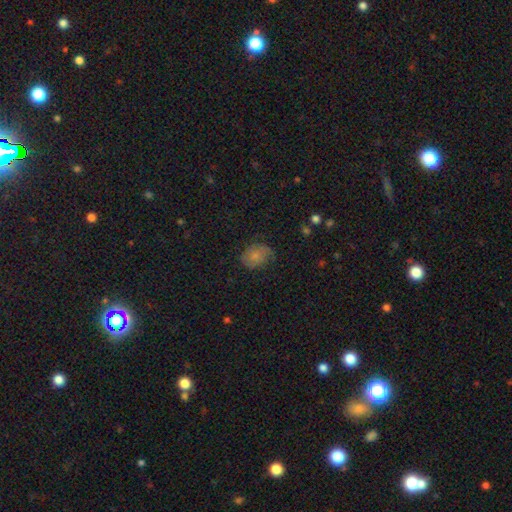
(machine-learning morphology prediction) Overall: smooth (66%). How rounded: in between (58%; round 41%). Merging: none (58%; minor disturbance 30%).